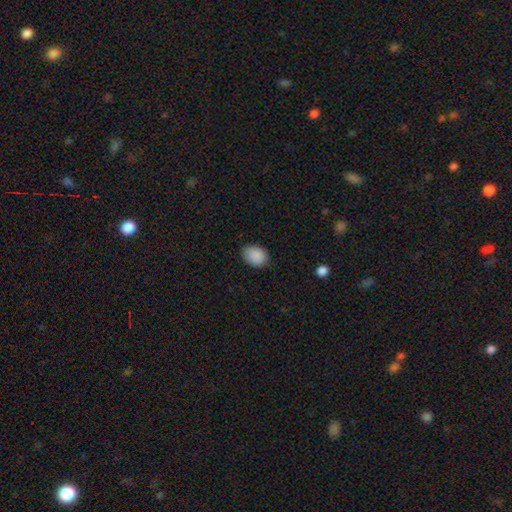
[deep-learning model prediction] Overall: smooth (89%). How rounded: in between (70%). Merging: none (85%).